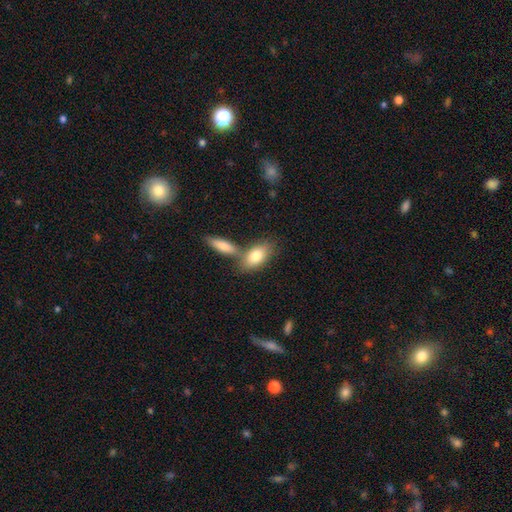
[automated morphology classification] smooth-or-featured: smooth: 80% | featured or disk: 14% | star or artifact: 6%
  how-rounded: in between: 88% | cigar-shaped: 6% | round: 5%
  merging: none: 47% | merger: 39% | minor disturbance: 11% | major disturbance: 3%